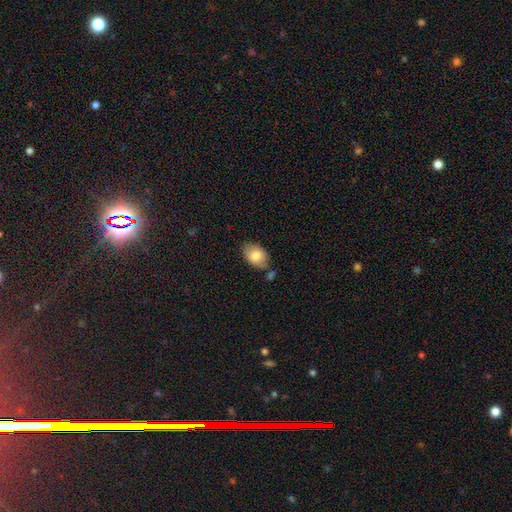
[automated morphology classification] smooth-or-featured: smooth: 83% | featured or disk: 11% | star or artifact: 7%
  how-rounded: in between: 87% | round: 12% | cigar-shaped: 1%
  merging: none: 70% | minor disturbance: 19% | merger: 8% | major disturbance: 4%